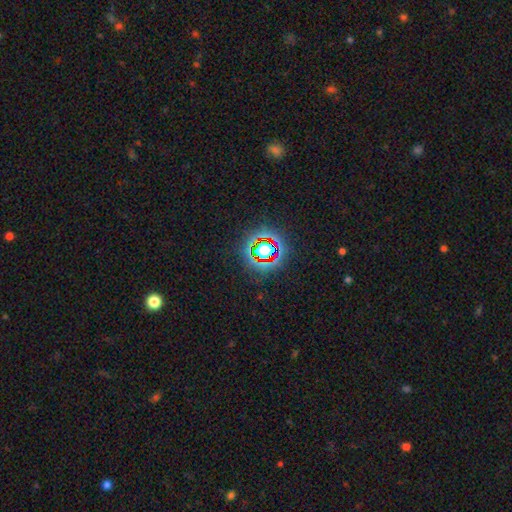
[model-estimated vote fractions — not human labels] Smooth or featured? Predicted: star or artifact (p=0.77).